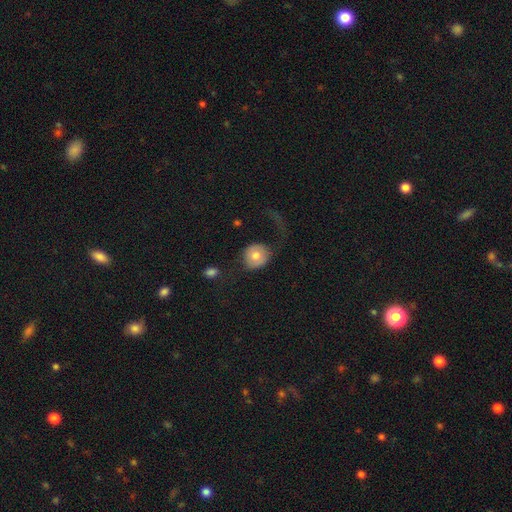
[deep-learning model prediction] This appears to be a smooth galaxy with no disk features (67%) that is round (85%). Merging: none (43%).